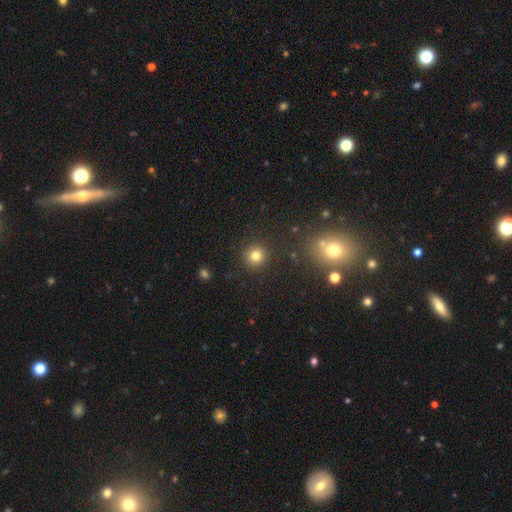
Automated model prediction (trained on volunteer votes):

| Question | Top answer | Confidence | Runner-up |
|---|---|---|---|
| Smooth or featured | smooth | 79% | star or artifact (15%) |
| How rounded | round | 93% | in between (6%) |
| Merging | none | 90% | minor disturbance (6%) |